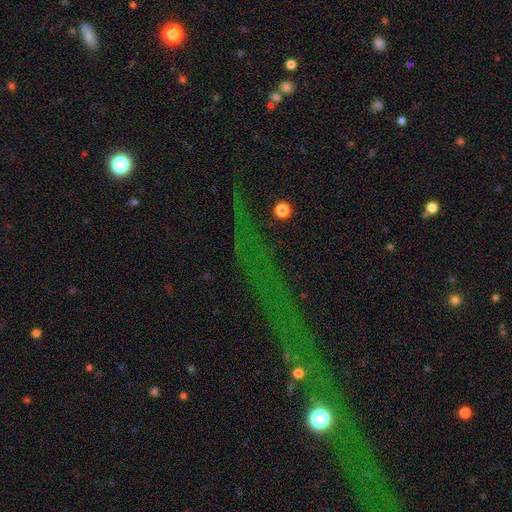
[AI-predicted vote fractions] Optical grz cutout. It shows a star or artifact, not a galaxy (71%).